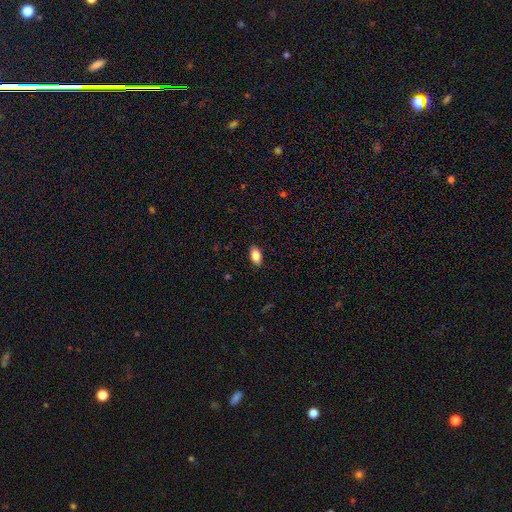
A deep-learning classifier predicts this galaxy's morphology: smooth-or-featured: smooth: 85% | star or artifact: 8% | featured or disk: 7%
  how-rounded: in between: 91% | round: 5% | cigar-shaped: 4%
  merging: none: 87% | minor disturbance: 10% | major disturbance: 2% | merger: 1%